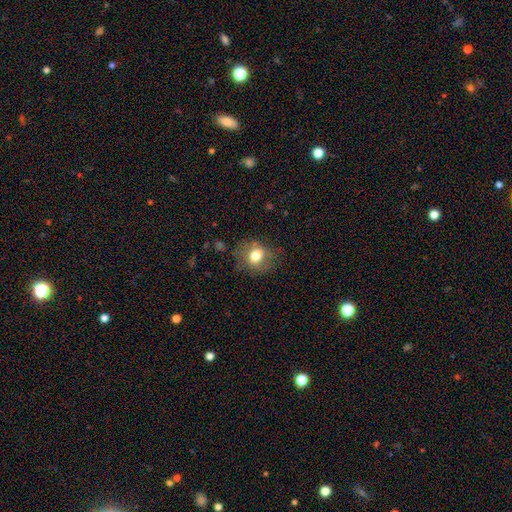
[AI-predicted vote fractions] Q: Smooth or featured?
A: smooth (73%); runner-up: featured or disk (17%)
Q: How rounded?
A: round (61%); runner-up: in between (38%)
Q: Merging?
A: none (72%); runner-up: minor disturbance (19%)